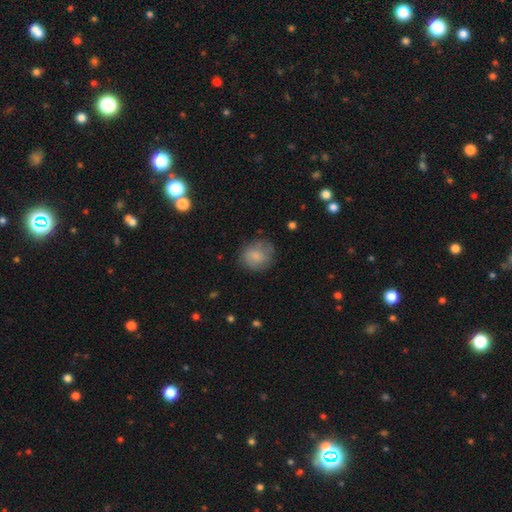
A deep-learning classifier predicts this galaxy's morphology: The model was most divided on "merging": none: 71%, minor disturbance: 21%, major disturbance: 7%, merger: 2%. More confident: how rounded — round (76%); smooth or featured — smooth (76%).